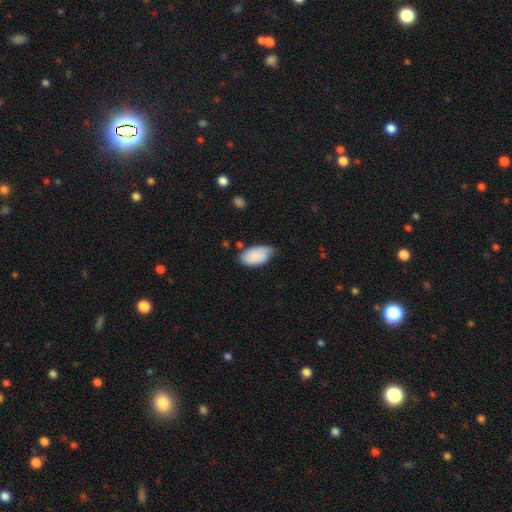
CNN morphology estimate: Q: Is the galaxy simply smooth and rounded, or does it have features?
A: smooth — 85%.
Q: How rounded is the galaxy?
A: in between — 95%.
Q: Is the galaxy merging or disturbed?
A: none — 53%.